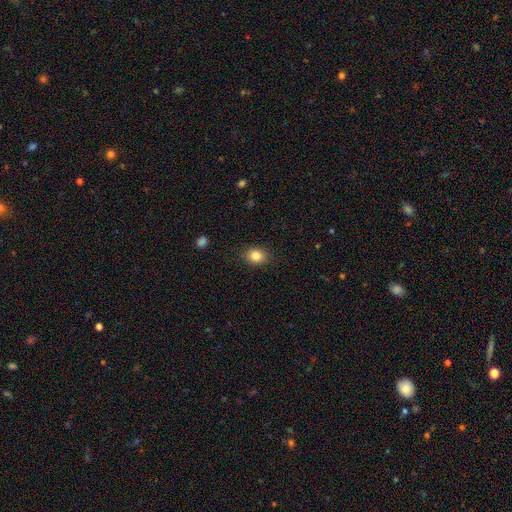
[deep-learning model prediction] Smooth or featured?
  - smooth: 84% *
  - star or artifact: 10%
  - featured or disk: 6%
How rounded?
  - round: 53% *
  - in between: 46%
  - cigar-shaped: 1%
Merging?
  - none: 86% *
  - minor disturbance: 10%
  - major disturbance: 3%
  - merger: 1%